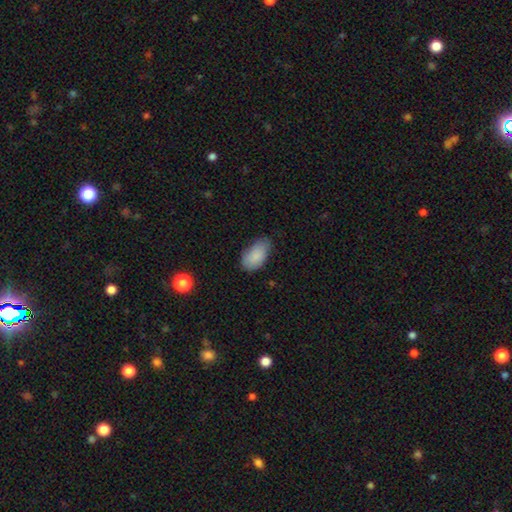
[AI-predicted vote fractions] smooth_or_featured: smooth (p=0.87) [alt: star or artifact p=0.07]
how_rounded: in between (p=0.94) [alt: round p=0.03]
merging: none (p=0.67) [alt: minor disturbance p=0.27]